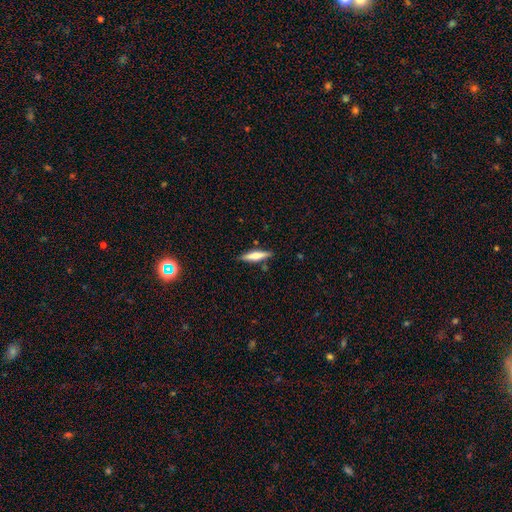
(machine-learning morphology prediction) Smooth or featured?
  - smooth: 61% *
  - featured or disk: 33%
  - star or artifact: 6%
How rounded?
  - cigar-shaped: 80% *
  - in between: 19%
  - round: 2%
Merging?
  - none: 85% *
  - minor disturbance: 10%
  - merger: 3%
  - major disturbance: 2%